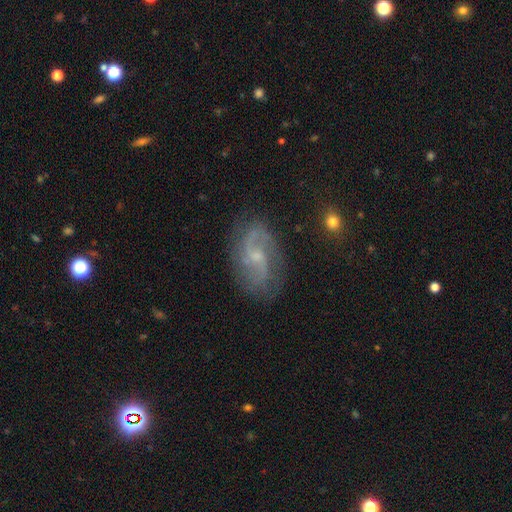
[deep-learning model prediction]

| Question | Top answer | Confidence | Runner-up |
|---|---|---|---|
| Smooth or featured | featured or disk | 83% | smooth (10%) |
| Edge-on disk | no | 97% | yes (3%) |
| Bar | no | 47% | weak (46%) |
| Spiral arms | yes | 95% | no (5%) |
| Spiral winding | medium | 47% | loose (36%) |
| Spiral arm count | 2 | 81% | can't tell (8%) |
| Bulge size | small | 65% | moderate (26%) |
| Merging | none | 78% | minor disturbance (15%) |